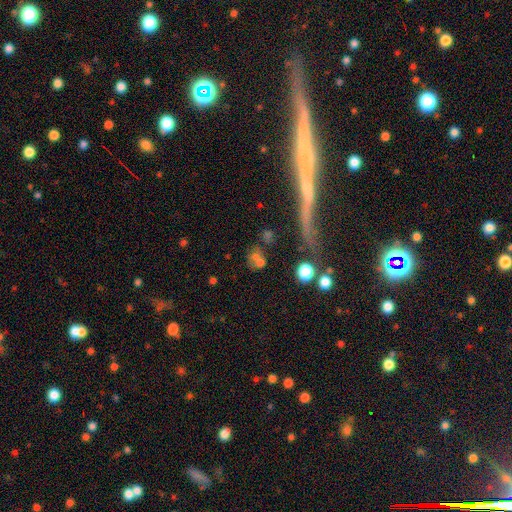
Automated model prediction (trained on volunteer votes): This appears to be a featured or disk galaxy (50%). Merging: none (73%).